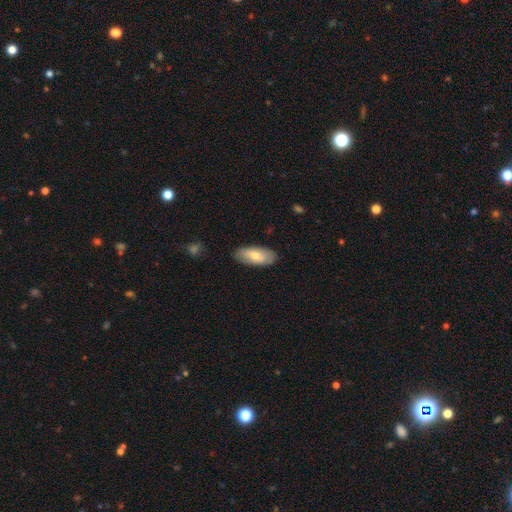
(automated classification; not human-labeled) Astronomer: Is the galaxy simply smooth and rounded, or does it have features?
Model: smooth — 72%.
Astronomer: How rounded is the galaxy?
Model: in between — 87%.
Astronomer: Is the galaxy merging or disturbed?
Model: none — 83%.